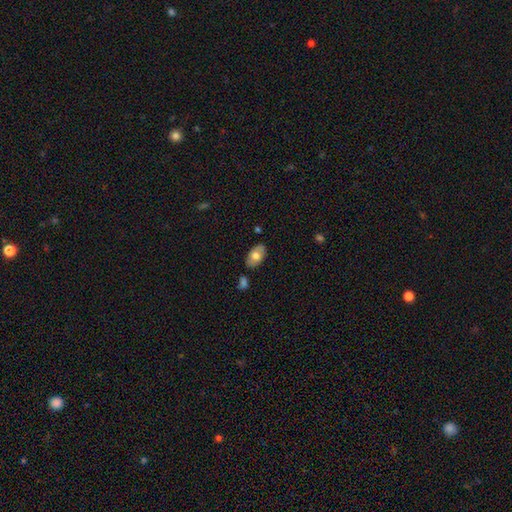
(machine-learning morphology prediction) The model was most divided on "smooth or featured": smooth: 66%, featured or disk: 27%, star or artifact: 6%. More confident: how rounded — in between (93%); merging — none (79%).